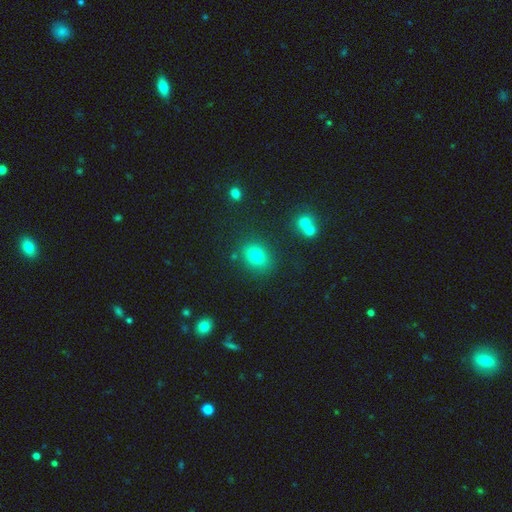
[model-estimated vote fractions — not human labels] Smooth or featured? smooth (76%)
How rounded? in between (56%)
Merging? none (80%)